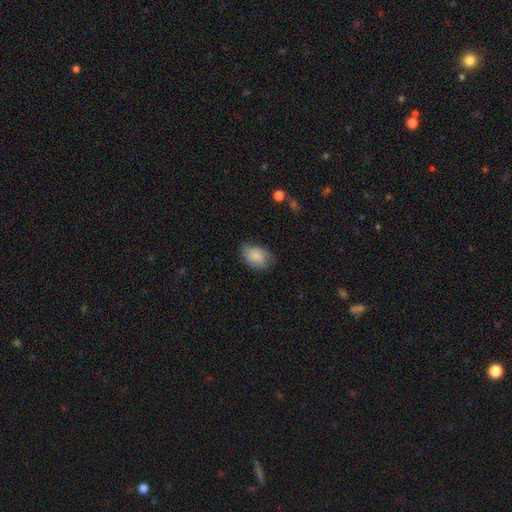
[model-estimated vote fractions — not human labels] A smooth galaxy with no disk features (80%) that is in between round and cigar-shaped (83%).

Vote fractions:
- Smooth or featured? smooth: 80% / featured or disk: 13% / star or artifact: 7%
- How rounded? in between: 83% / round: 16% / cigar-shaped: 1%
- Merging? none: 63% / minor disturbance: 29% / major disturbance: 7% / merger: 1%